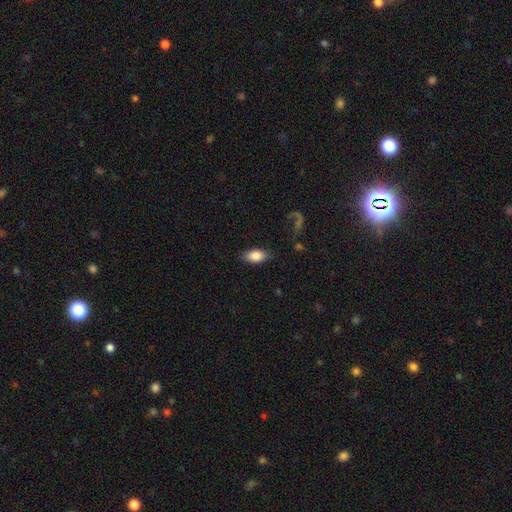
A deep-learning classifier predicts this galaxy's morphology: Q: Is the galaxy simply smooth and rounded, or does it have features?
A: smooth — 84%.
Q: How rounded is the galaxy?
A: in between — 92%.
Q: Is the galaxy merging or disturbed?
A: none — 83%.